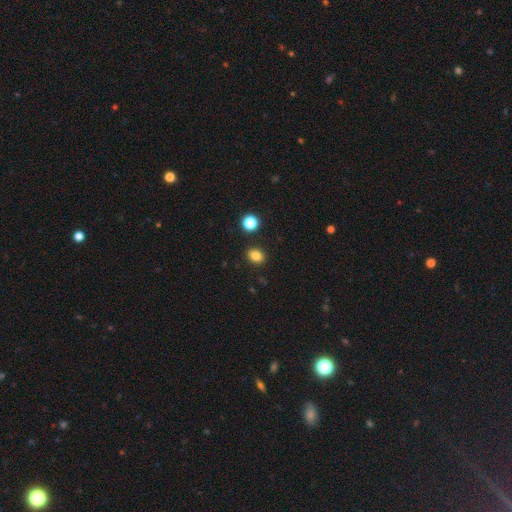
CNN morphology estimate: Smooth or featured?
  - smooth: 83% *
  - star or artifact: 12%
  - featured or disk: 5%
How rounded?
  - in between: 56% *
  - round: 43%
  - cigar-shaped: 1%
Merging?
  - none: 88% *
  - minor disturbance: 7%
  - merger: 3%
  - major disturbance: 2%